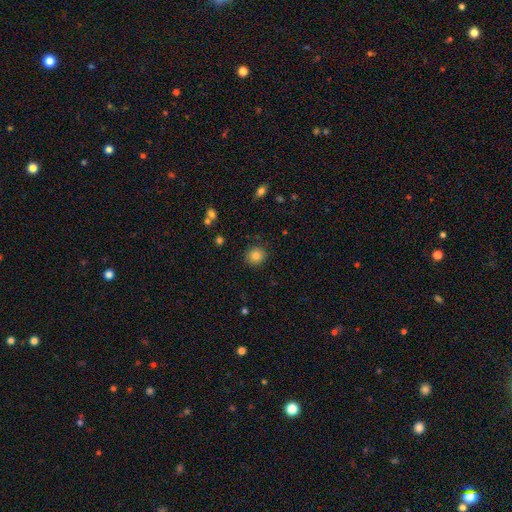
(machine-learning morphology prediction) Smooth or featured? smooth (83%)
How rounded? round (90%)
Merging? none (90%)